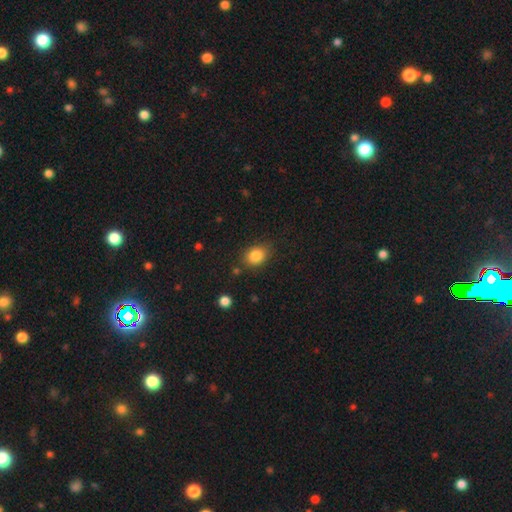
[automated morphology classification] smooth-or-featured: smooth: 85% | star or artifact: 9% | featured or disk: 6%
  how-rounded: in between: 59% | round: 40% | cigar-shaped: 1%
  merging: none: 79% | minor disturbance: 14% | major disturbance: 4% | merger: 3%